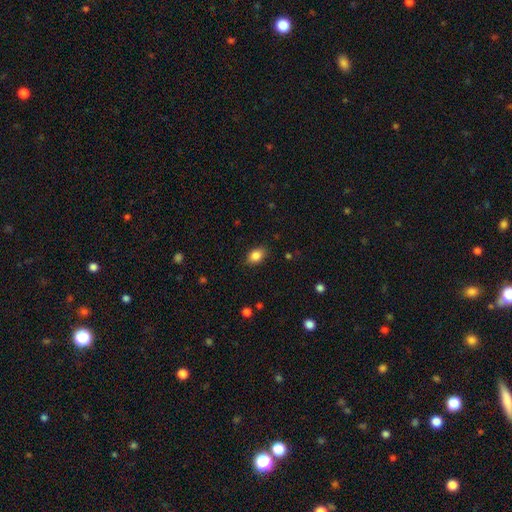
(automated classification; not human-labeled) The model was most divided on "how rounded": in between: 75%, round: 23%, cigar-shaped: 1%. More confident: smooth or featured — smooth (85%); merging — none (83%).